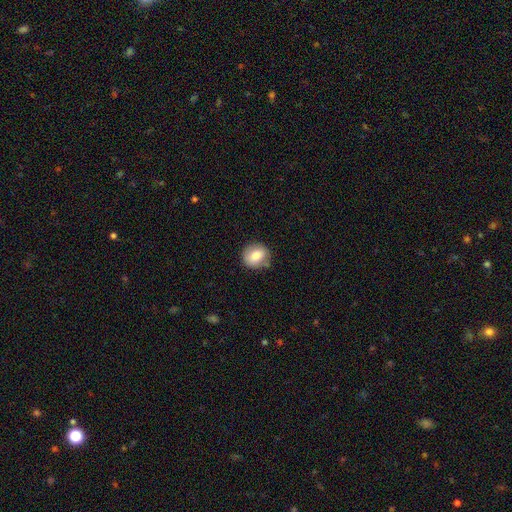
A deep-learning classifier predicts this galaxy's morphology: Q: Smooth or featured?
A: smooth (77%); runner-up: featured or disk (14%)
Q: How rounded?
A: round (79%); runner-up: in between (20%)
Q: Merging?
A: none (79%); runner-up: minor disturbance (16%)